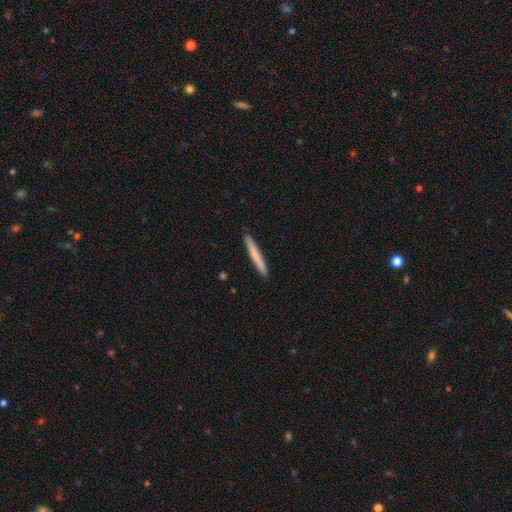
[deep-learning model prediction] Smooth or featured? smooth (71%)
How rounded? cigar-shaped (97%)
Merging? none (91%)